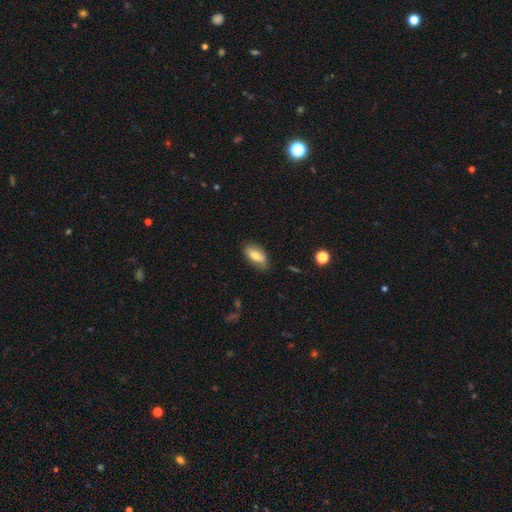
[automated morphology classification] Smooth or featured? smooth (69%)
How rounded? in between (87%)
Merging? none (77%)